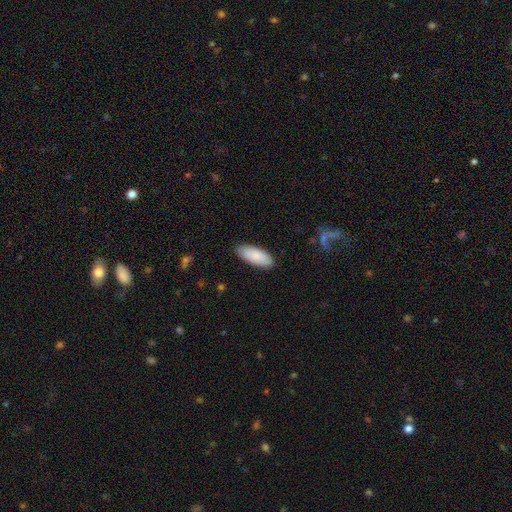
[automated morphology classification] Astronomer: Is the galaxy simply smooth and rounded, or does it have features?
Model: smooth — 85%.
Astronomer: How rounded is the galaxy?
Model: in between — 79%.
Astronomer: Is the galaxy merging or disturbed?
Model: none — 85%.